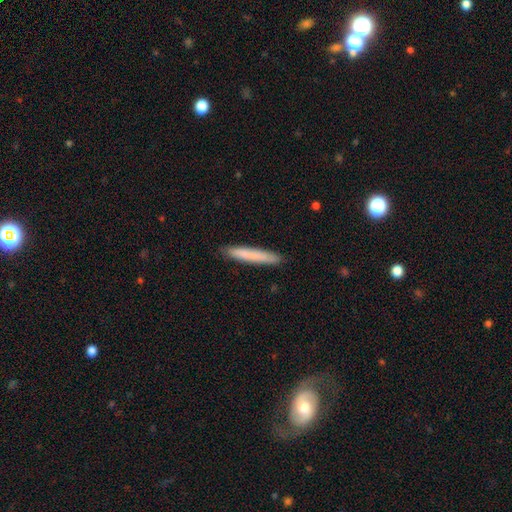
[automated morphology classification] smooth_or_featured: smooth (p=0.79) [alt: featured or disk p=0.15]
how_rounded: cigar-shaped (p=0.95) [alt: in between p=0.04]
merging: none (p=0.90) [alt: minor disturbance p=0.08]